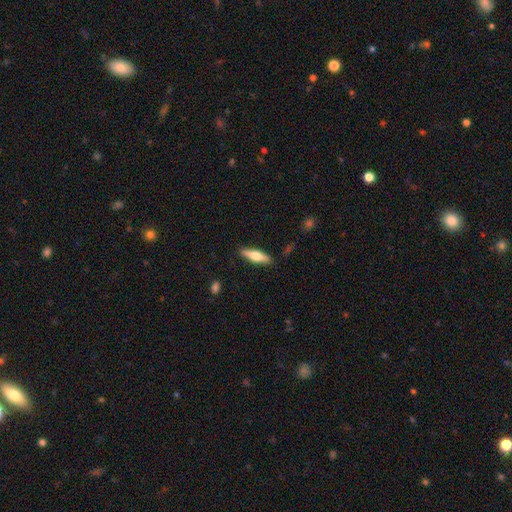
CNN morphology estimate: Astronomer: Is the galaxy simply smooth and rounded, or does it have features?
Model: smooth — 50% (runner-up: featured or disk, 45%).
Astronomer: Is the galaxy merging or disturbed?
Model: none — 88%.